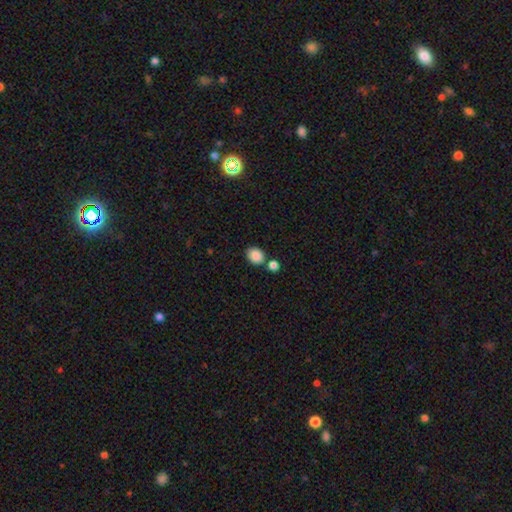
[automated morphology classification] Smooth or featured: smooth — 87% (star or artifact — 9%)
How rounded: round — 51% (in between — 48%)
Merging: none — 69% (merger — 17%)